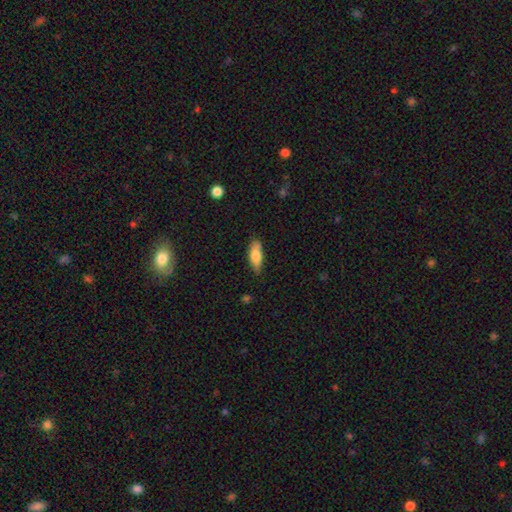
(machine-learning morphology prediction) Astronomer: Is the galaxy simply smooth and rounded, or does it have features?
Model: smooth — 75%.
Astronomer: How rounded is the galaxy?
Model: in between — 67%.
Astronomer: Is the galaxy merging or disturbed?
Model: none — 75%.